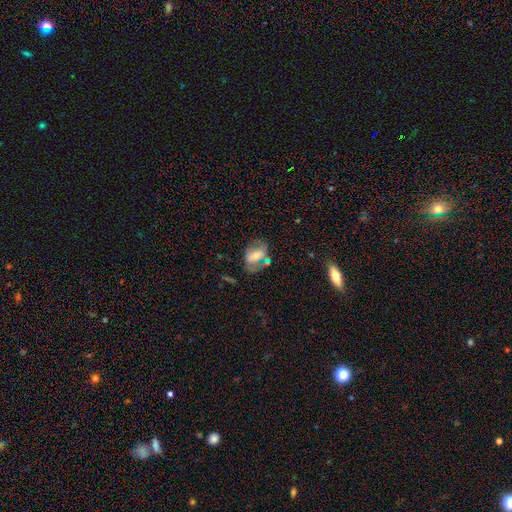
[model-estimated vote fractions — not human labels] The model was most divided on "smooth or featured" (2-way tie): featured or disk: 46%, smooth: 46%, star or artifact: 8%. Remaining: merging — none (49%).